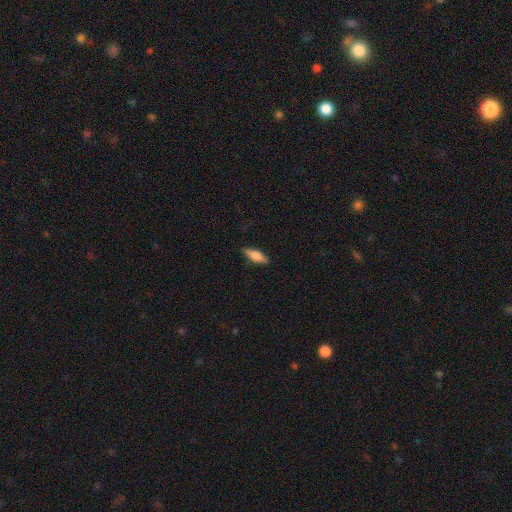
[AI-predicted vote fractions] A smooth galaxy with no disk features (71%) that is in between round and cigar-shaped (54%). Merging: none (87%).